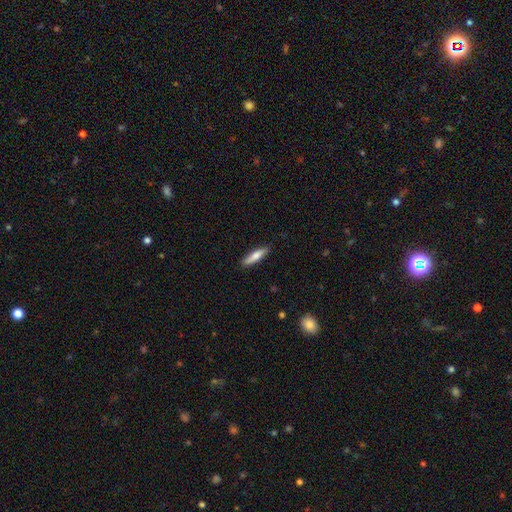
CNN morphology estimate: A smooth galaxy with no disk features (72%) that is cigar-shaped (78%).

Vote fractions:
- Smooth or featured? smooth: 72% / featured or disk: 23% / star or artifact: 5%
- How rounded? cigar-shaped: 78% / in between: 21% / round: 2%
- Merging? none: 87% / minor disturbance: 10% / major disturbance: 2% / merger: 1%